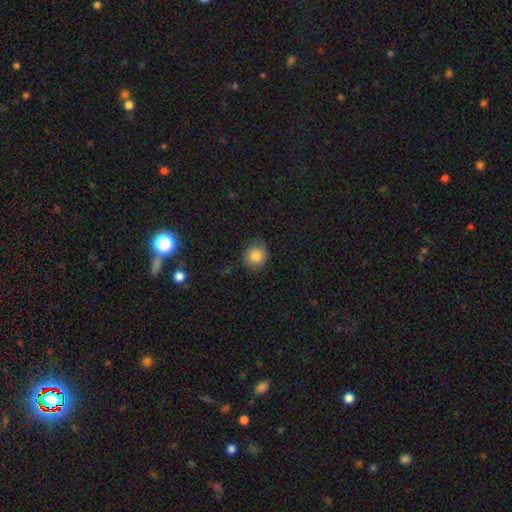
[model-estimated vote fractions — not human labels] smooth_or_featured: smooth (p=0.85) [alt: star or artifact p=0.10]
how_rounded: round (p=0.78) [alt: in between p=0.21]
merging: none (p=0.85) [alt: minor disturbance p=0.11]